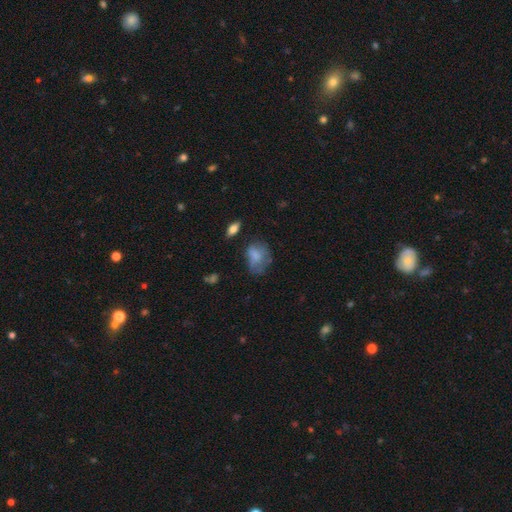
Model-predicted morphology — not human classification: This is likely a smooth galaxy (65%). How rounded: likely in between (66%). Merging: marginally none (40%).